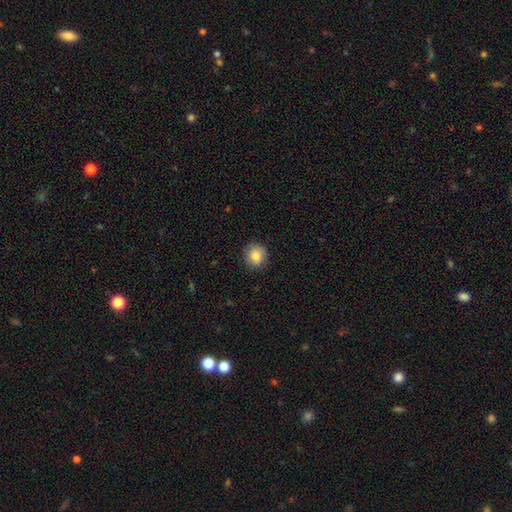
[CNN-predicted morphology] smooth 85%, star or artifact 8%, featured or disk 7%. Down the decision tree: how rounded — round (81%); merging — none (86%).